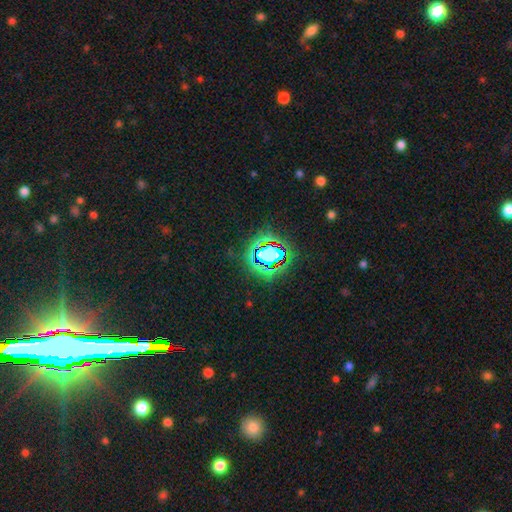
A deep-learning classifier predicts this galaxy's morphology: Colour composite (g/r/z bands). It shows a star or artifact, not a galaxy (79%).